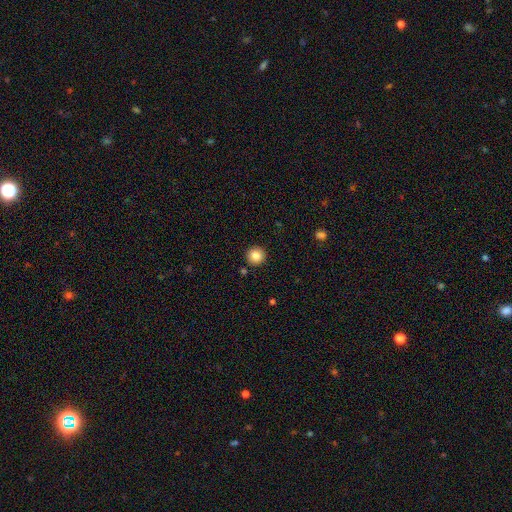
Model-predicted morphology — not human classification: Smooth or featured? smooth (84%)
How rounded? round (95%)
Merging? none (91%)